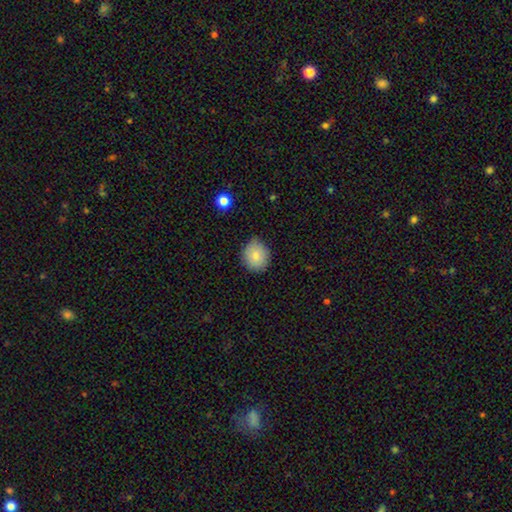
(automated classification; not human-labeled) Overall: smooth (81%). How rounded: round (74%). Merging: none (80%).